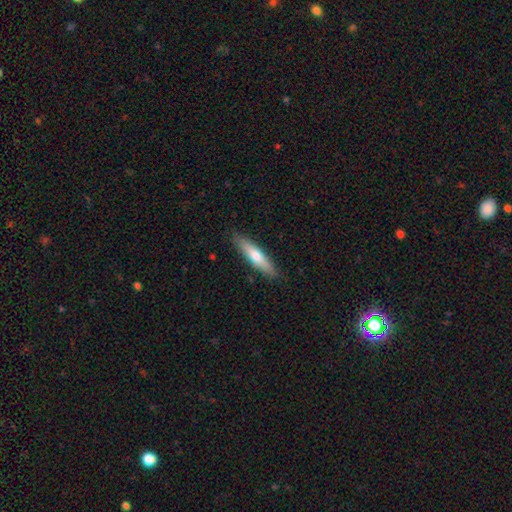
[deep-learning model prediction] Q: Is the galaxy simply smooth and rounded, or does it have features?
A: smooth — 63%.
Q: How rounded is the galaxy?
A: cigar-shaped — 82%.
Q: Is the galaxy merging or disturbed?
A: none — 88%.